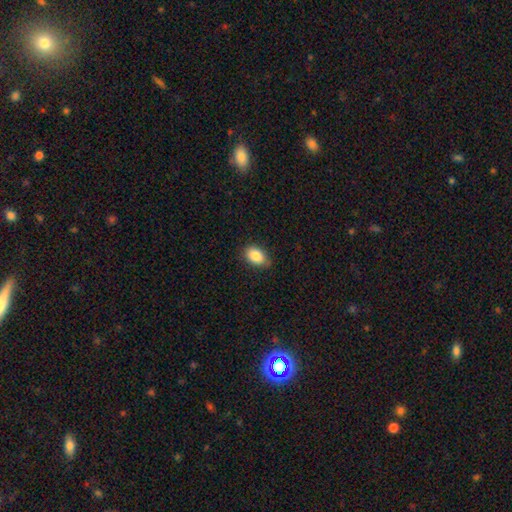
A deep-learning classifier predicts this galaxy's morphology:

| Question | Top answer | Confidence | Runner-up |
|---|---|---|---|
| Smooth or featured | smooth | 87% | star or artifact (8%) |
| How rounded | in between | 85% | round (14%) |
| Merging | none | 79% | minor disturbance (17%) |